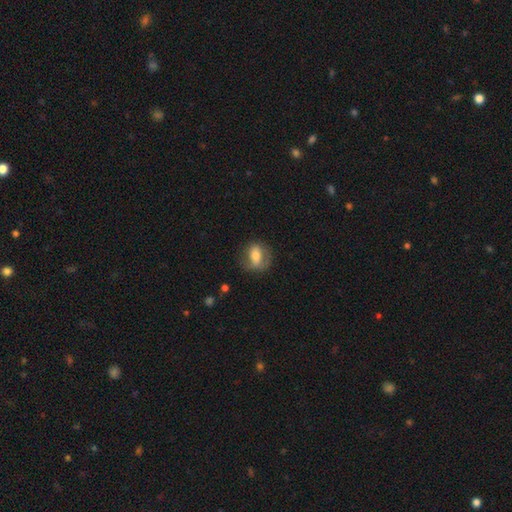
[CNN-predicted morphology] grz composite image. It shows a smooth galaxy with no disk features (57%) that is in between round and cigar-shaped (62%). Merging: none (68%).